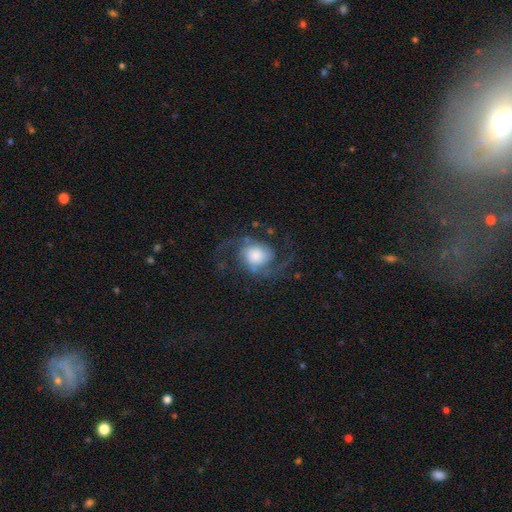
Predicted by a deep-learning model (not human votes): A featured or disk galaxy (80%) with no bar (72%), 2 (91%) loose (51%) spiral arms (97%) and a large central bulge (42%). Merging: none (66%).